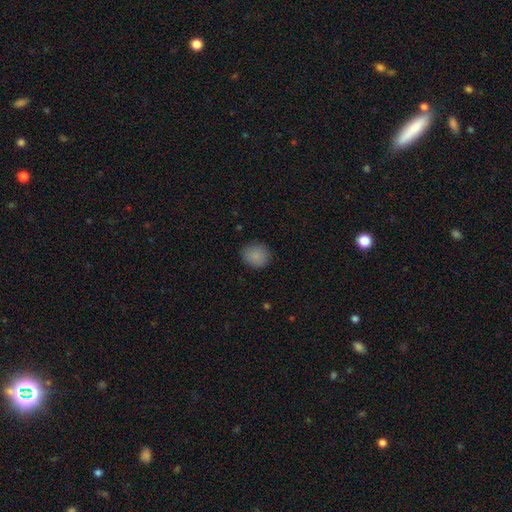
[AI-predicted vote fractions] Overall: smooth (86%). How rounded: round (77%). Merging: none (83%).